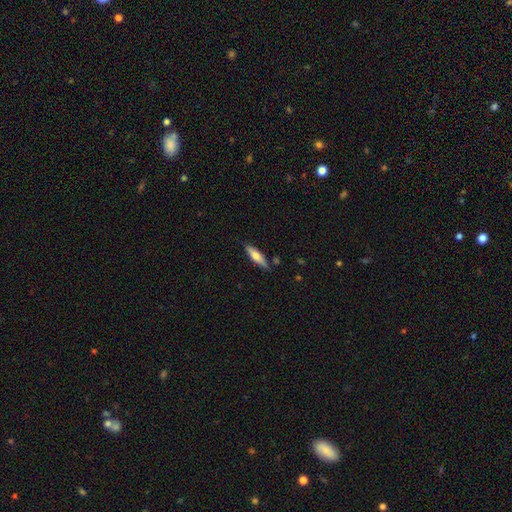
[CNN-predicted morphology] Smooth or featured? smooth (63%)
How rounded? cigar-shaped (65%)
Merging? none (81%)